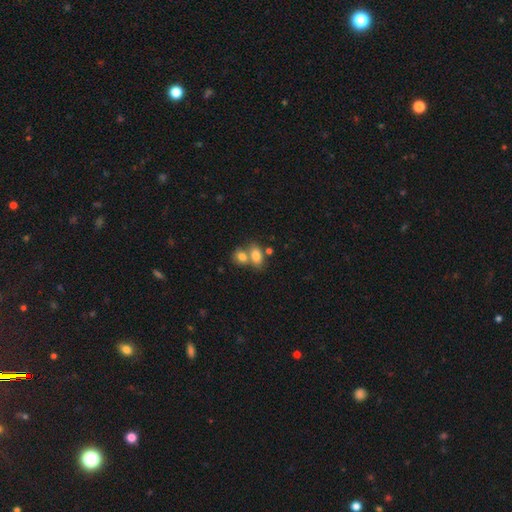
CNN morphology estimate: Smooth or featured?
  - smooth: 79% *
  - featured or disk: 12%
  - star or artifact: 9%
How rounded?
  - in between: 81% *
  - round: 16%
  - cigar-shaped: 3%
Merging?
  - merger: 55% *
  - none: 33%
  - minor disturbance: 8%
  - major disturbance: 3%